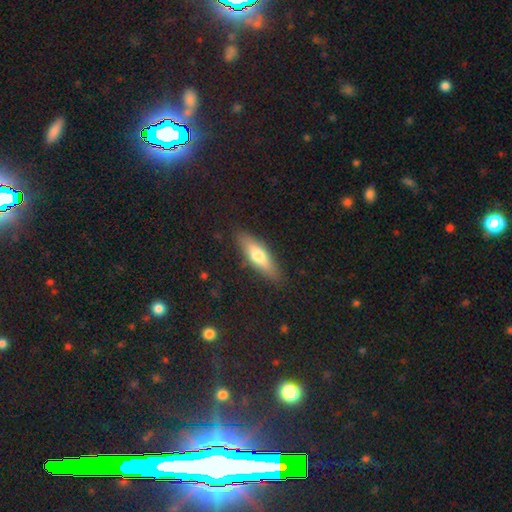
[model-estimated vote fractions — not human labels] The model was most divided on "how rounded": cigar-shaped: 54%, in between: 43%, round: 2%. More confident: merging — none (85%); smooth or featured — smooth (62%).